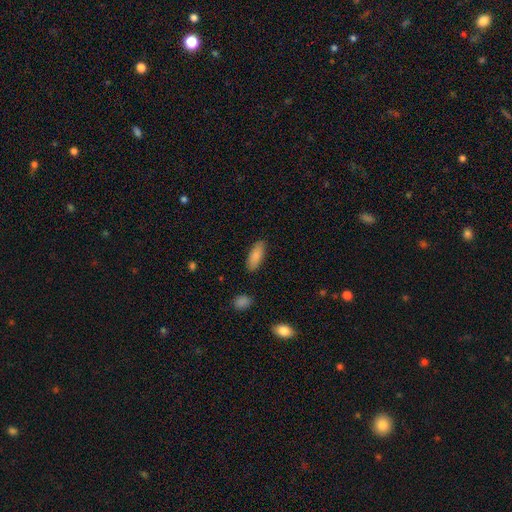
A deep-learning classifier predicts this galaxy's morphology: This is clearly a smooth galaxy (84%). How rounded: likely in between (75%). Merging: clearly none (87%).